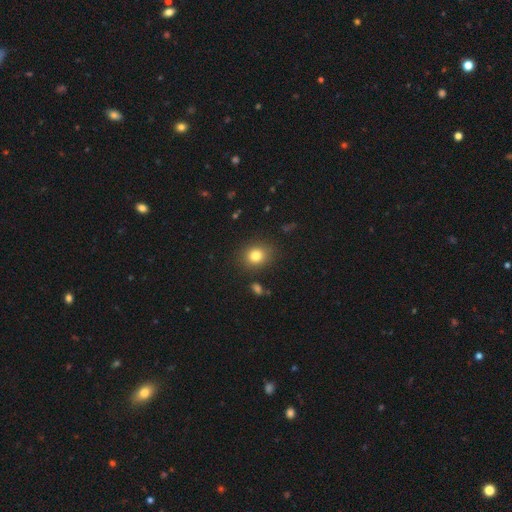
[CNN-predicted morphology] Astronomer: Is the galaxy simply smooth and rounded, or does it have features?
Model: smooth — 81%.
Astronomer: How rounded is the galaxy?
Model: round — 71%.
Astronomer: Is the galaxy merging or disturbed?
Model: none — 86%.